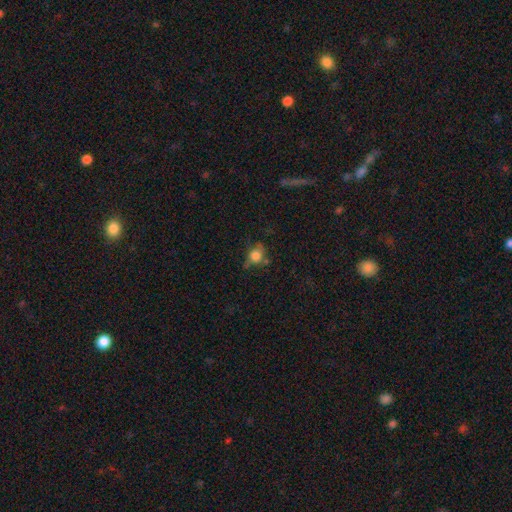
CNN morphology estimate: Smooth or featured? smooth (70%)
How rounded? round (72%)
Merging? none (53%)